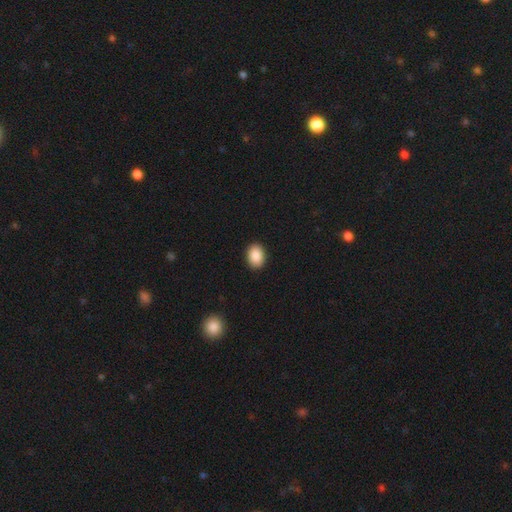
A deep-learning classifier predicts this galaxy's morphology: Smooth or featured? Predicted: smooth (p=0.89). How rounded? Predicted: in between (p=0.75). Merging? Predicted: none (p=0.91).